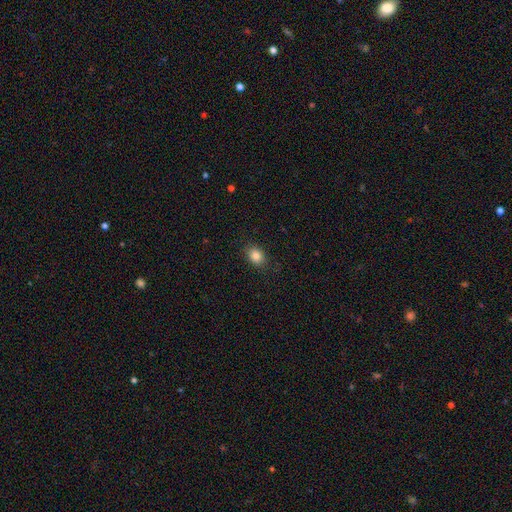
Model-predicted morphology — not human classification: smooth-or-featured: smooth: 84% | star or artifact: 10% | featured or disk: 6%
  how-rounded: in between: 63% | round: 36% | cigar-shaped: 1%
  merging: none: 87% | minor disturbance: 10% | major disturbance: 3% | merger: 1%